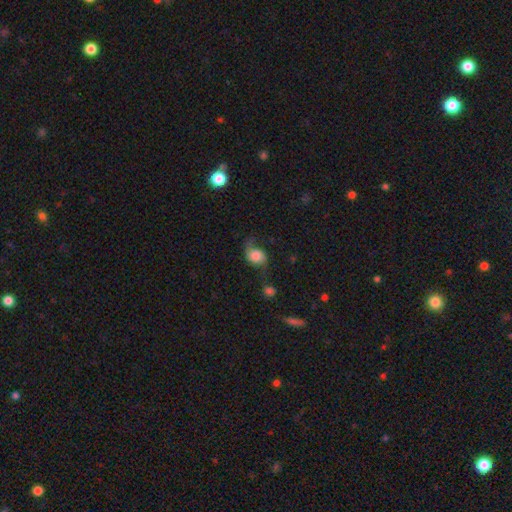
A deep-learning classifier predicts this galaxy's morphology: Smooth or featured? Predicted: smooth (p=0.46). Merging? Predicted: none (p=0.47).